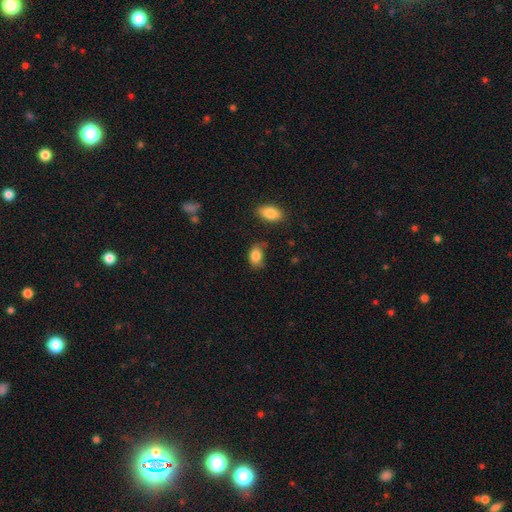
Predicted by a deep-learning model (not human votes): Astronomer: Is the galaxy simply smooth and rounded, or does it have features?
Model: smooth — 85%.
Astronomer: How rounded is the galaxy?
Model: in between — 84%.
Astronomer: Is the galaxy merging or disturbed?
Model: none — 56%.